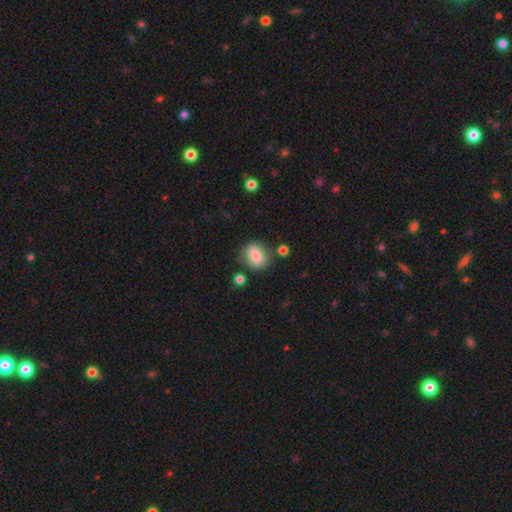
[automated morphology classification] Smooth or featured?
  - smooth: 79% *
  - featured or disk: 12%
  - star or artifact: 9%
How rounded?
  - round: 53% *
  - in between: 45%
  - cigar-shaped: 1%
Merging?
  - none: 73% *
  - minor disturbance: 16%
  - merger: 6%
  - major disturbance: 5%